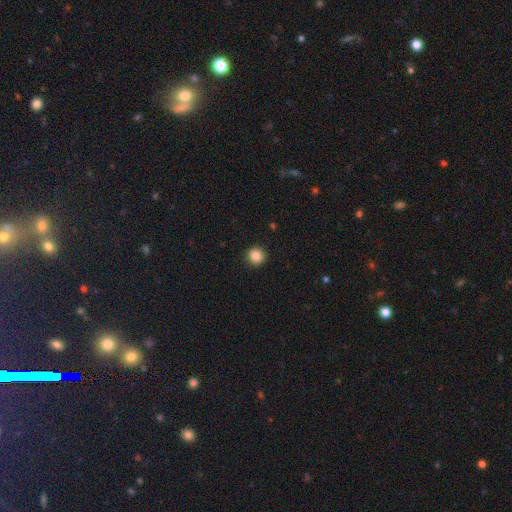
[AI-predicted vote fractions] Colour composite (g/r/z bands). It shows a smooth galaxy with no disk features (86%) that is round (94%). Merging: none (92%).